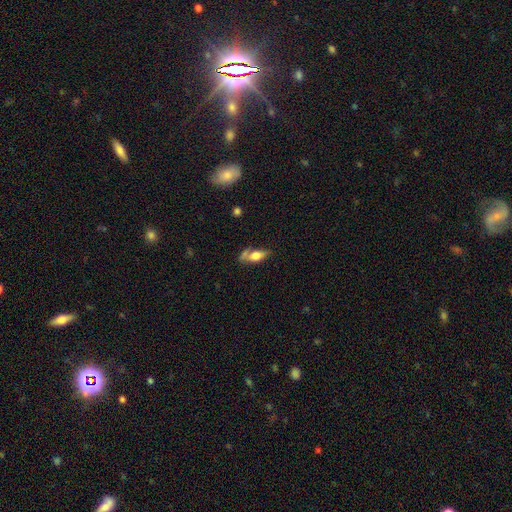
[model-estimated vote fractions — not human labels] Overall: smooth (61%; featured or disk 31%). How rounded: in between (72%). Merging: none (49%; minor disturbance 23%).